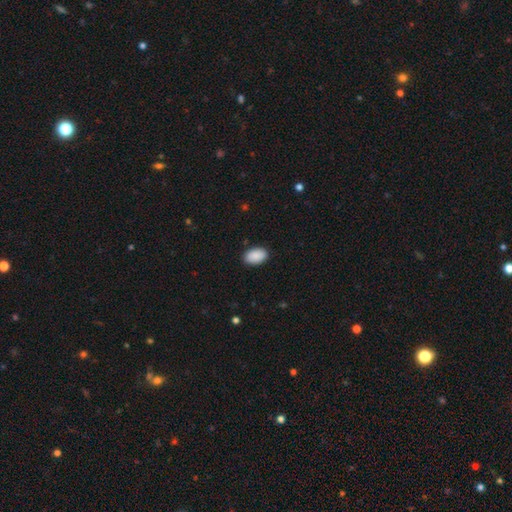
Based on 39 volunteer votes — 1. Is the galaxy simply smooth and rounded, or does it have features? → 97% smooth, 3% star or artifact, 0% featured or disk.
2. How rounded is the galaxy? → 95% in between, 3% round, 3% cigar-shaped.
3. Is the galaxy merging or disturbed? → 89% none, 5% minor disturbance, 5% major disturbance, 0% merger.